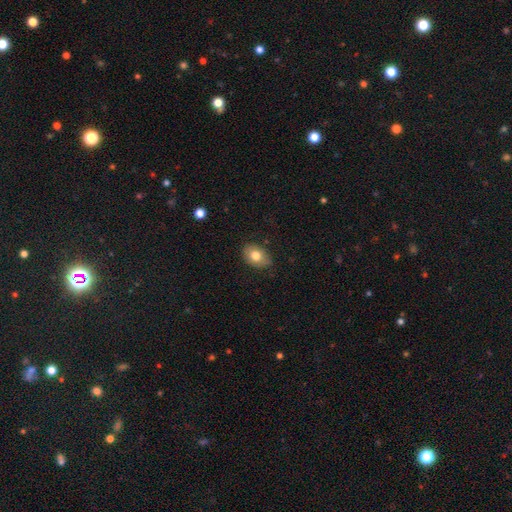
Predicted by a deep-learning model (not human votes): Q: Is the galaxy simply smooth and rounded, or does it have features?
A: smooth — 78%.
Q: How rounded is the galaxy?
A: in between — 74%.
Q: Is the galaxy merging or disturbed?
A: none — 81%.